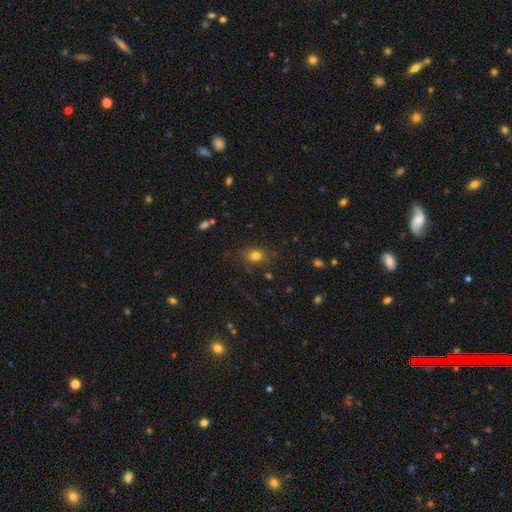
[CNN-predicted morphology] Smooth or featured?
  - smooth: 78% *
  - star or artifact: 15%
  - featured or disk: 8%
How rounded?
  - round: 49% * (tied)
  - in between: 49% * (tied)
  - cigar-shaped: 2%
Merging?
  - none: 79% *
  - minor disturbance: 14%
  - major disturbance: 5%
  - merger: 2%